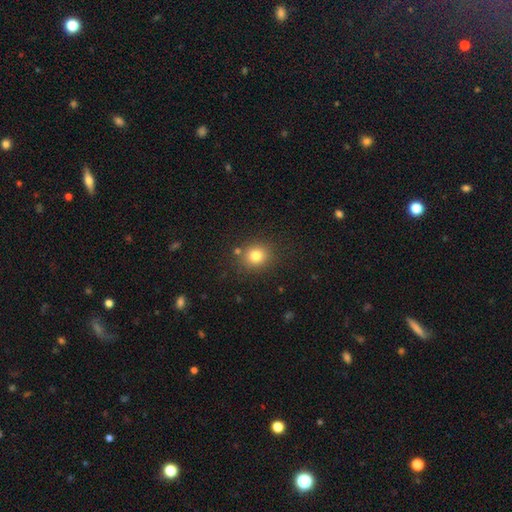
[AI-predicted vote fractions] This is likely a smooth galaxy (79%). How rounded: clearly round (83%). Merging: clearly none (83%).